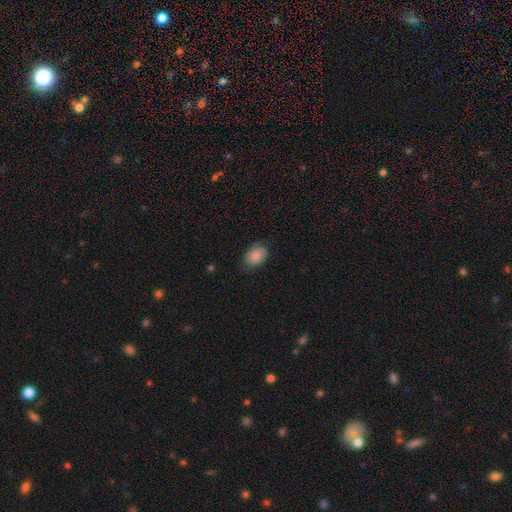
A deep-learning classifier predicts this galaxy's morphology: Smooth or featured? Predicted: smooth (p=0.71). How rounded? Predicted: in between (p=0.78). Merging? Predicted: none (p=0.66).